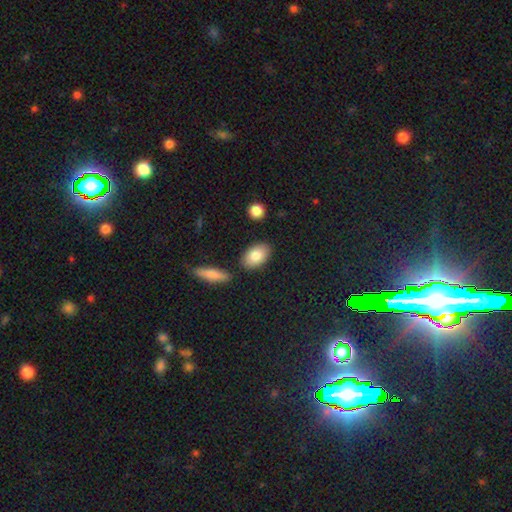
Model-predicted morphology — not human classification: Smooth or featured: smooth — 83% (featured or disk — 11%)
How rounded: in between — 90% (round — 7%)
Merging: none — 82% (minor disturbance — 10%)